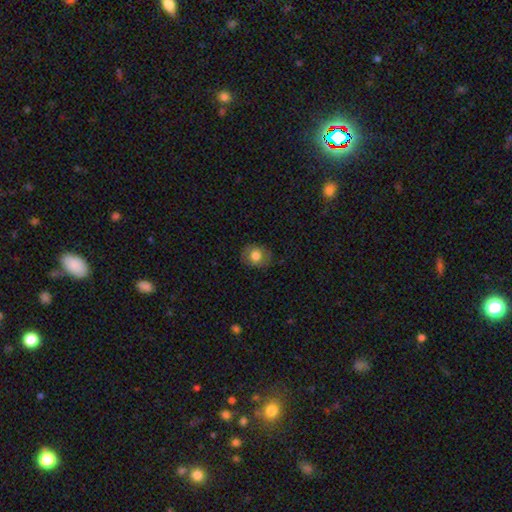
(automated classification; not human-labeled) Morphology: type=smooth (76%); roundness=round (68%); merging=none (84%).